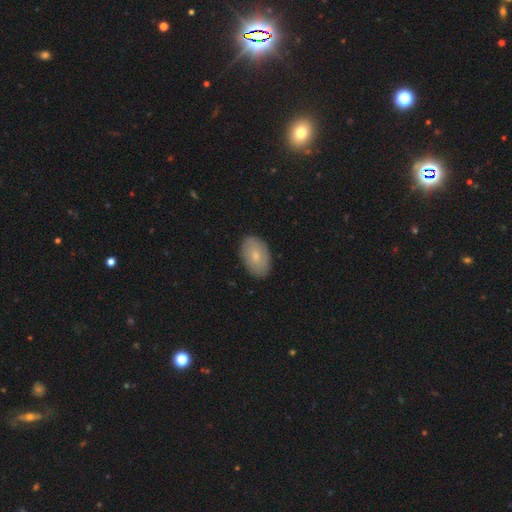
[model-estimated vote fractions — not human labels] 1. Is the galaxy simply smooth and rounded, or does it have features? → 75% smooth, 19% featured or disk, 7% star or artifact.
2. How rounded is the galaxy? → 90% in between, 8% round, 1% cigar-shaped.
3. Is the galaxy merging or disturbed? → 88% none, 9% minor disturbance, 2% major disturbance, 1% merger.